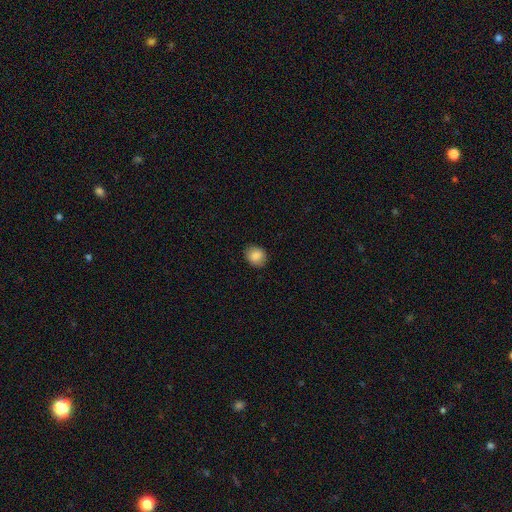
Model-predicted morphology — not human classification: Smooth or featured? Predicted: smooth (p=0.87). How rounded? Predicted: round (p=0.70). Merging? Predicted: none (p=0.87).